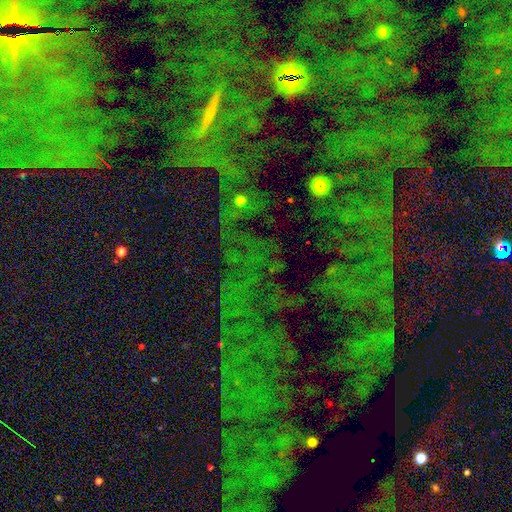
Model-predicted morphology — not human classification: The model was most divided on "smooth or featured": star or artifact: 77%, smooth: 12%, featured or disk: 12%.